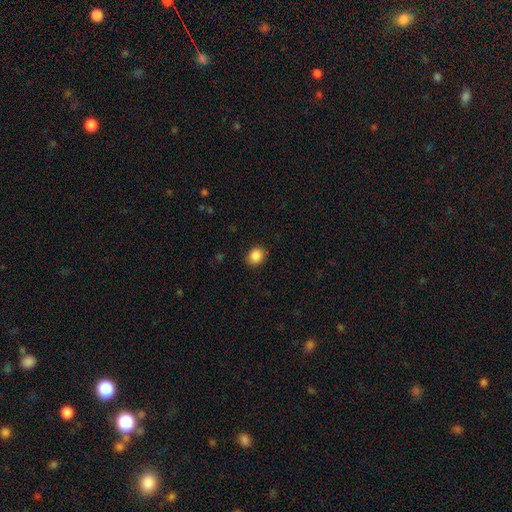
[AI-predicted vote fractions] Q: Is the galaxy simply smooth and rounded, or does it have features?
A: smooth — 88%.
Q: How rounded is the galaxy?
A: round — 65%.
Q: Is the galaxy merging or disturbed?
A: none — 89%.